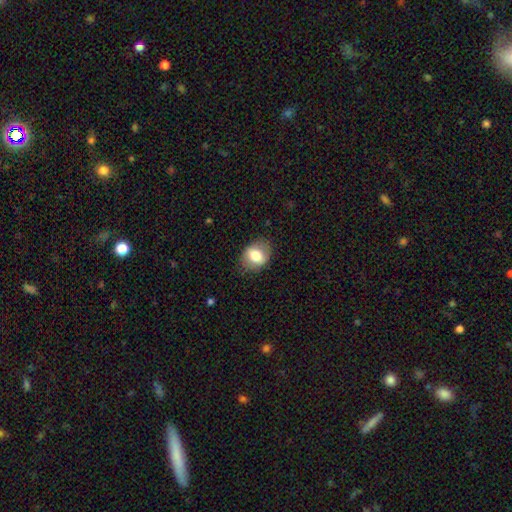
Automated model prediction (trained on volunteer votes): Overall: smooth (70%). How rounded: in between (64%; round 35%). Merging: none (79%).